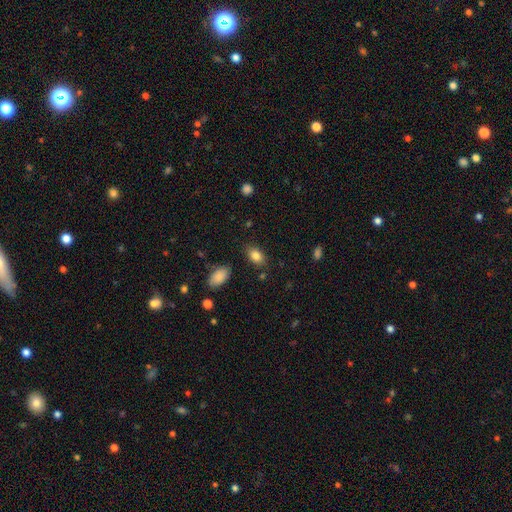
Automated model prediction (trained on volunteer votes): Smooth or featured? Predicted: smooth (p=0.84). How rounded? Predicted: in between (p=0.88). Merging? Predicted: none (p=0.82).